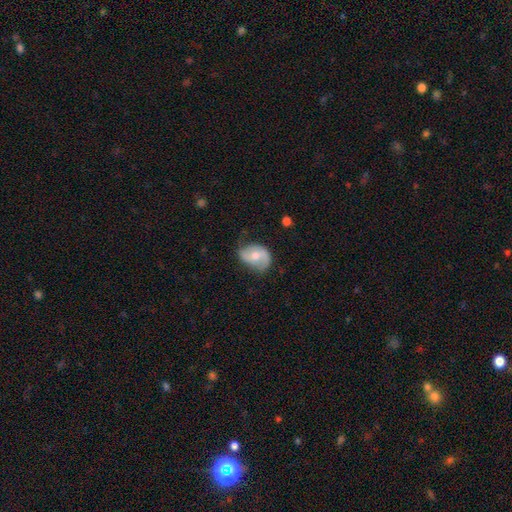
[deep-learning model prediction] This is possibly a featured or disk galaxy (57%). It is clearly not viewed edge-on (97%). Bar: possibly no (56%). Spiral arm pattern: clearly yes (84%). Central bulge: likely moderate (61%). Merging: possibly none (57%).